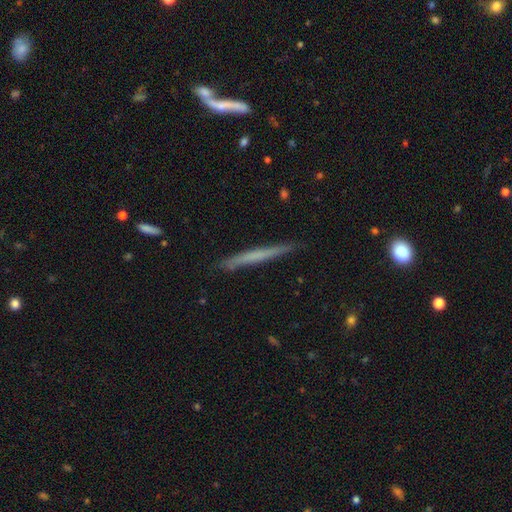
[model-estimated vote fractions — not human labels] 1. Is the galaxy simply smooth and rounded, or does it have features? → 49% smooth, 44% featured or disk, 7% star or artifact.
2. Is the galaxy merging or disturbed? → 88% none, 10% minor disturbance, 2% major disturbance, 1% merger.